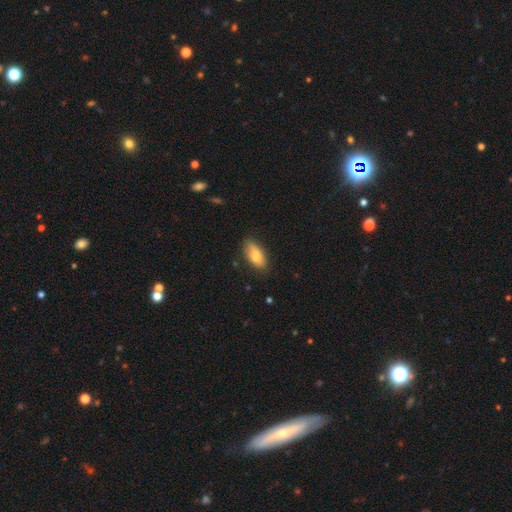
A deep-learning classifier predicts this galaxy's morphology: type=smooth (80%); roundness=in between (85%); merging=none (80%).